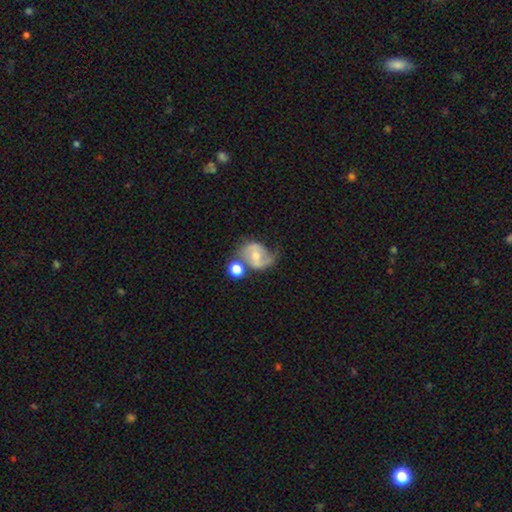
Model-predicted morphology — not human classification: This is likely a featured or disk galaxy (69%). It is clearly not viewed edge-on (97%). Bar: marginally weak (45%). Spiral arm pattern: clearly yes (86%). Spiral arm count: clearly 2 (81%). Spiral winding: possibly medium (47%). Central bulge: possibly moderate (53%). Merging: possibly none (45%).